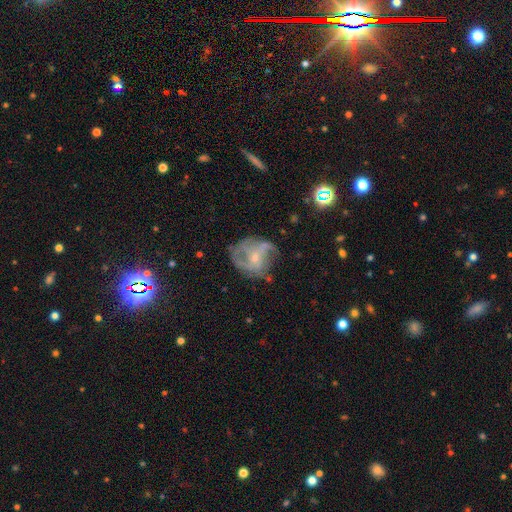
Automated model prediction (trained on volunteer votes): smooth-or-featured: featured or disk: 71% | smooth: 20% | star or artifact: 9%
  disk-edge-on: no: 97% | yes: 3%
    bar: no: 61% | weak: 31% | strong: 8%
    has-spiral-arms: yes: 75% | no: 25%
      spiral-winding: medium: 43% | loose: 34% | tight: 23%
      spiral-arm-count: 2: 32% | can't tell: 30% | 3: 22% | 1: 6% | 4: 6% | more than 4: 4%
    bulge-size: small: 69% | moderate: 24% | none: 5% | large: 1% | dominant: 1%
  merging: none: 48% | minor disturbance: 25% | major disturbance: 24% | merger: 3%